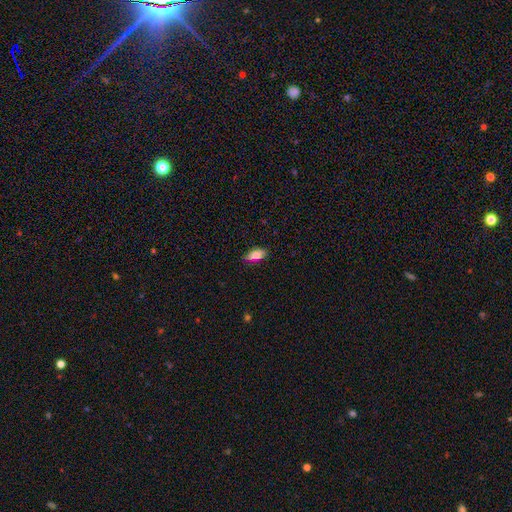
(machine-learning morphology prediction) smooth_or_featured: smooth (p=0.82) [alt: featured or disk p=0.09]
how_rounded: in between (p=0.80) [alt: cigar-shaped p=0.17]
merging: none (p=0.83) [alt: minor disturbance p=0.14]